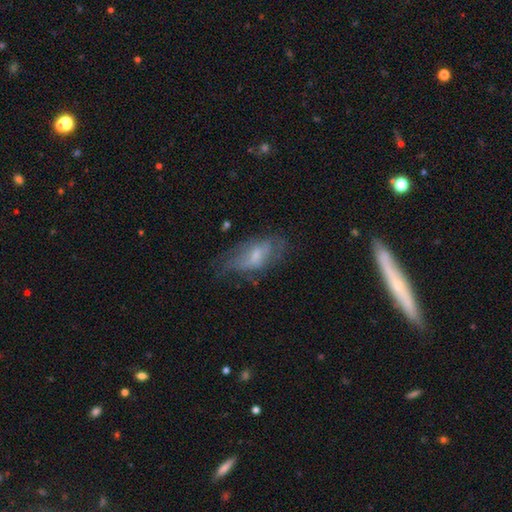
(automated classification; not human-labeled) Q: Smooth or featured?
A: featured or disk (51%); runner-up: smooth (41%)
Q: Edge-on disk?
A: no (89%); runner-up: yes (11%)
Q: Merging?
A: none (48%); runner-up: minor disturbance (28%)